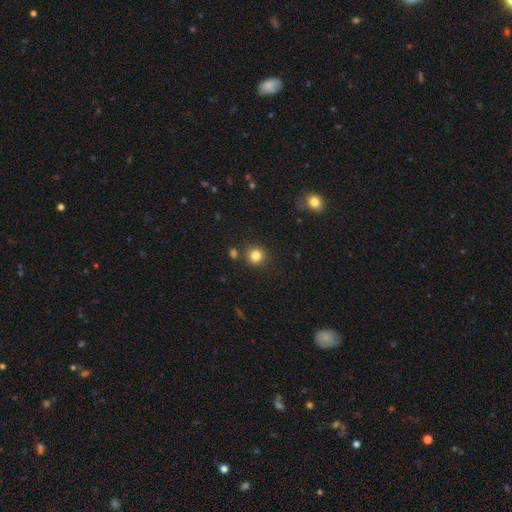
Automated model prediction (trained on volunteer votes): smooth 82%, star or artifact 12%, featured or disk 5%. Down the decision tree: how rounded — round (90%); merging — none (85%).